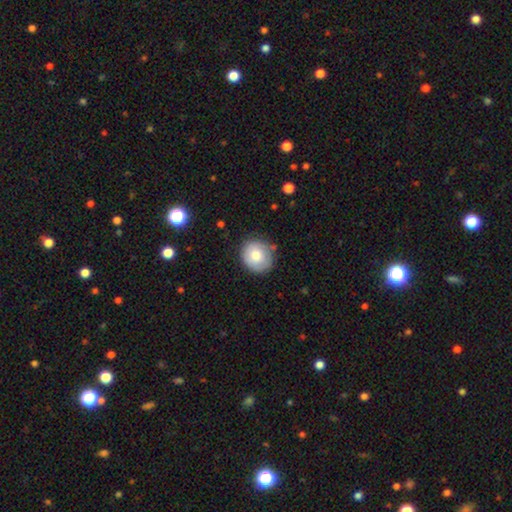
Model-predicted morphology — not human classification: The model was most divided on "merging": none: 78%, minor disturbance: 16%, major disturbance: 3%, merger: 2%. More confident: how rounded — round (81%); smooth or featured — smooth (78%).